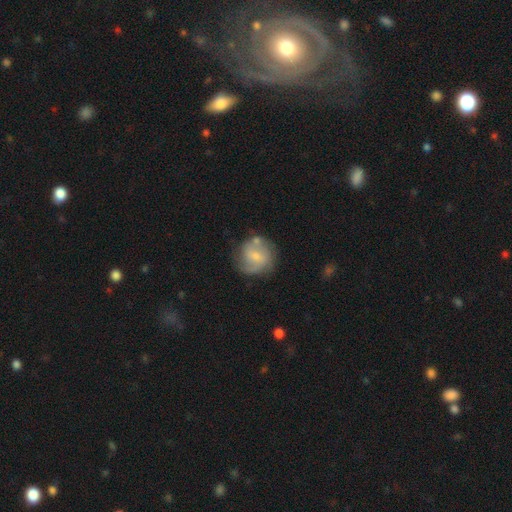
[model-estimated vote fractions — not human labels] featured or disk 49%, smooth 44%, star or artifact 7%. Down the decision tree: merging — none (62%).